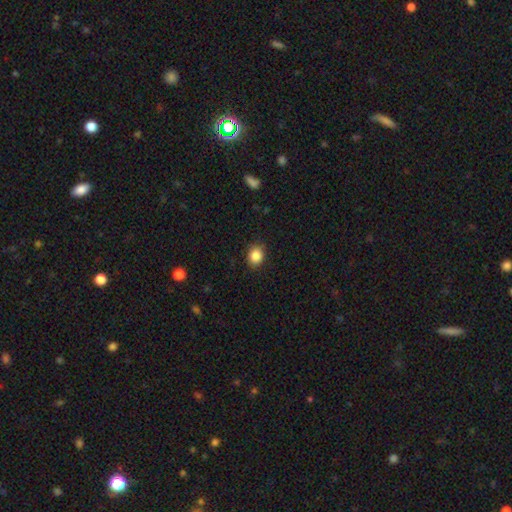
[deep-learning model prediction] smooth_or_featured: smooth (p=0.86) [alt: star or artifact p=0.09]
how_rounded: round (p=0.53) [alt: in between p=0.46]
merging: none (p=0.88) [alt: minor disturbance p=0.09]